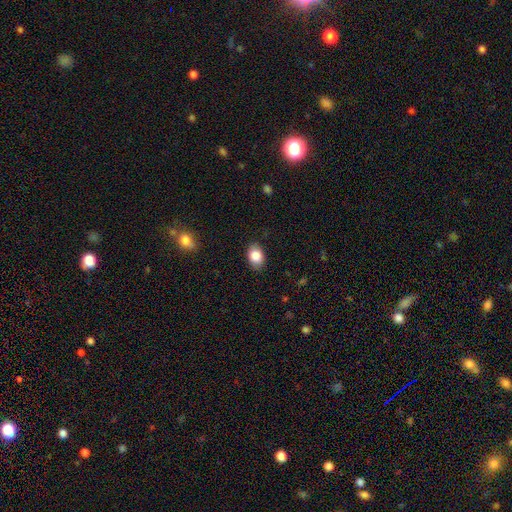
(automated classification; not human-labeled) Smooth or featured?
  - smooth: 86% *
  - star or artifact: 8%
  - featured or disk: 7%
How rounded?
  - in between: 82% *
  - round: 17%
  - cigar-shaped: 1%
Merging?
  - none: 85% *
  - minor disturbance: 11%
  - major disturbance: 2%
  - merger: 1%